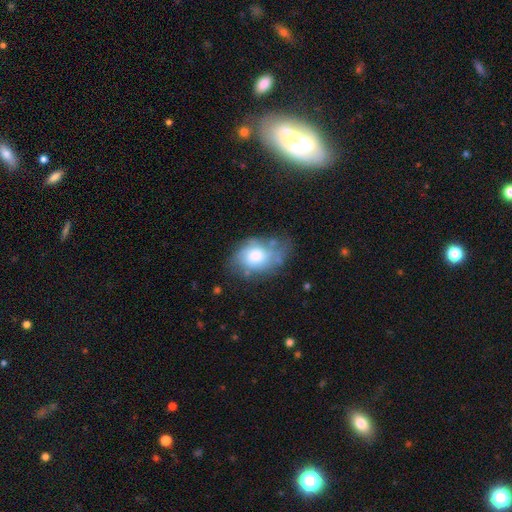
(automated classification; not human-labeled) Q: Smooth or featured?
A: featured or disk (47%); runner-up: smooth (44%)
Q: Merging?
A: none (49%); runner-up: minor disturbance (30%)